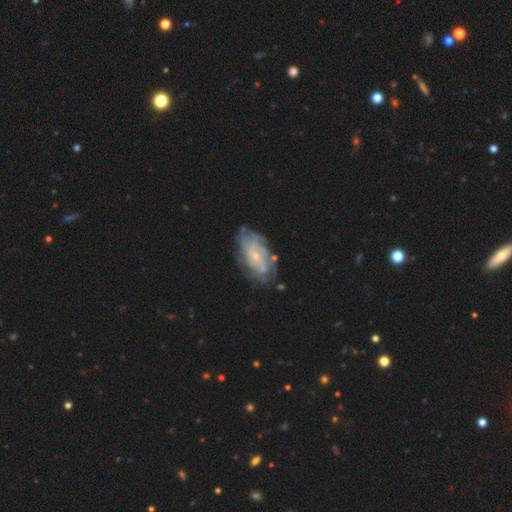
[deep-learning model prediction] Morphology: type=featured or disk (76%); edge-on=no (94%); bar=no (69%); spiral arms=yes (86%); winding=tight (59%); arm count=can't tell (52%); bulge=small (71%); merging=none (69%).